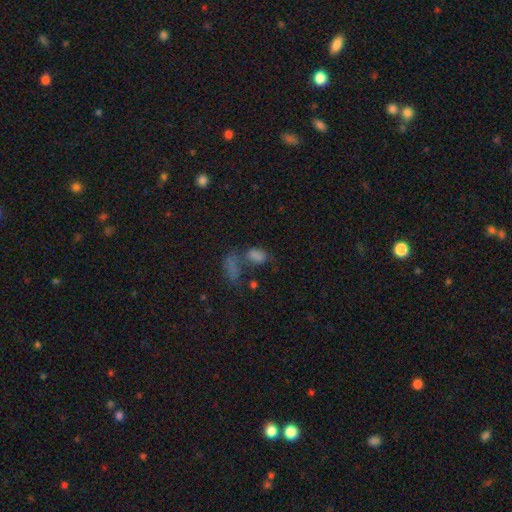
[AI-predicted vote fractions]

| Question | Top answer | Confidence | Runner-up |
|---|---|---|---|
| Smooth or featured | smooth | 66% | star or artifact (22%) |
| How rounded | in between | 84% | round (11%) |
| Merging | merger | 46% | none (29%) |